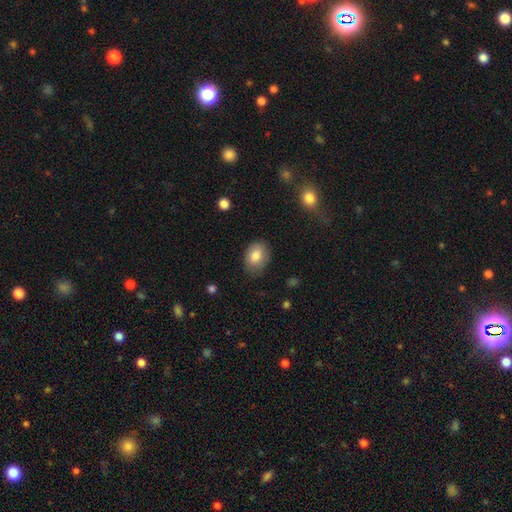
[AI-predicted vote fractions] Smooth or featured? Predicted: smooth (p=0.81). How rounded? Predicted: in between (p=0.72). Merging? Predicted: none (p=0.79).